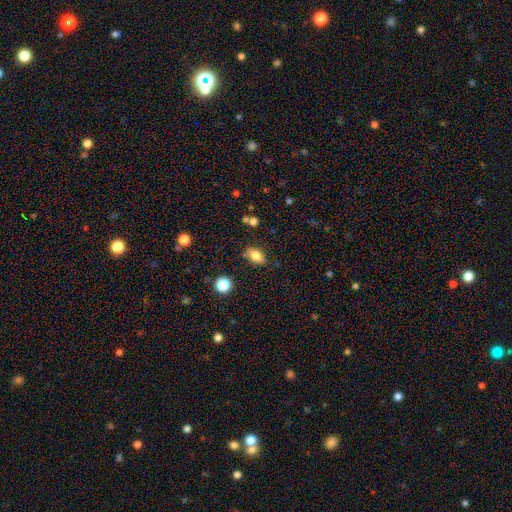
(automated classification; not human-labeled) smooth-or-featured: smooth: 81% | featured or disk: 9% | star or artifact: 9%
  how-rounded: in between: 87% | round: 9% | cigar-shaped: 5%
  merging: none: 78% | minor disturbance: 15% | merger: 3% | major disturbance: 3%